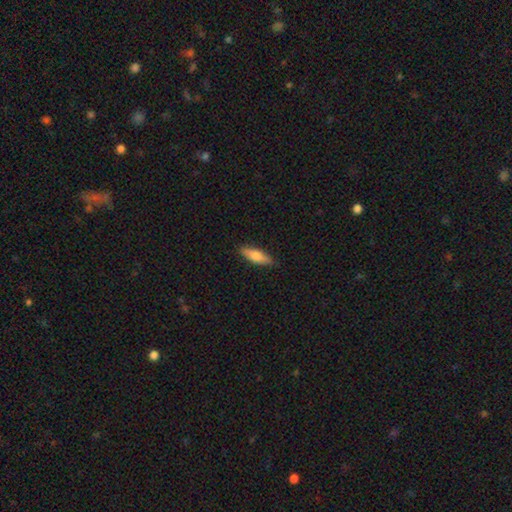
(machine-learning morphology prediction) Smooth or featured? smooth (70%)
How rounded? cigar-shaped (56%)
Merging? none (88%)